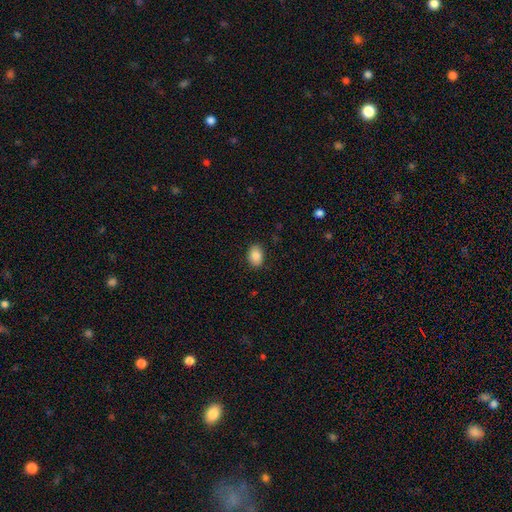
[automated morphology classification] This appears to be a smooth galaxy with no disk features (85%) that is in between round and cigar-shaped (78%). Merging: none (88%).